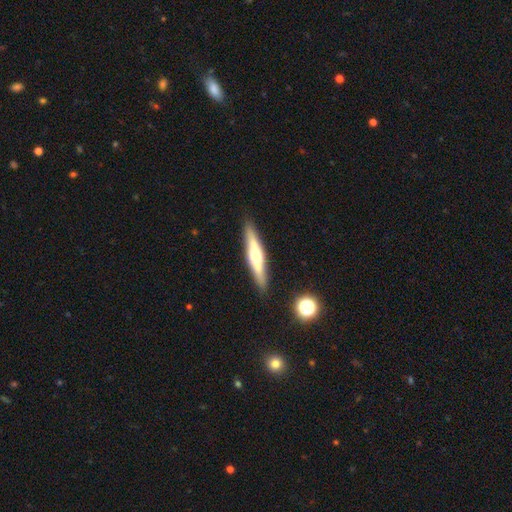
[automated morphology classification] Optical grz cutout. It shows a featured or disk galaxy (58%) viewed edge-on (92%) with a rounded central bulge (86%). Merging: none (88%).